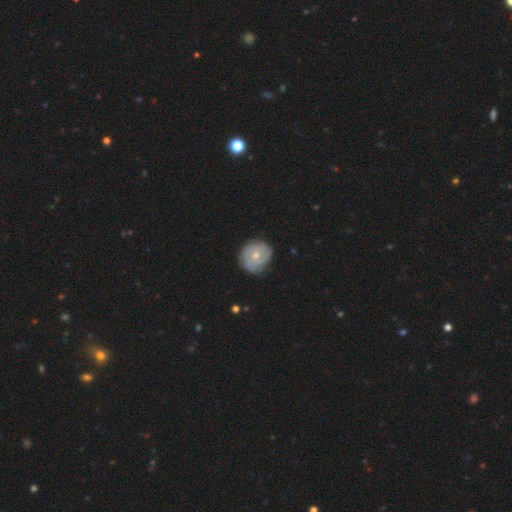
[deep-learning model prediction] Morphology: type=featured or disk (51%); edge-on=no (97%); merging=none (75%).